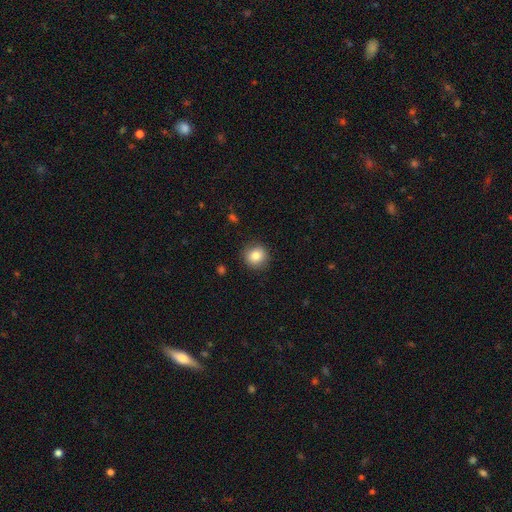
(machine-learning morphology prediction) smooth-or-featured: smooth: 84% | star or artifact: 9% | featured or disk: 7%
  how-rounded: round: 90% | in between: 9% | cigar-shaped: 1%
  merging: none: 89% | minor disturbance: 8% | major disturbance: 2% | merger: 1%